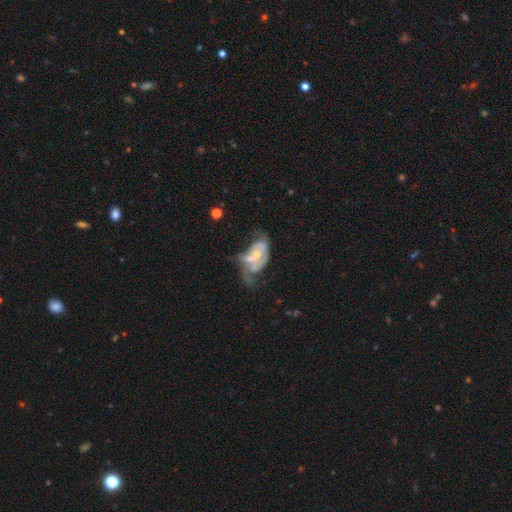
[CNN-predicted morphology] type=featured or disk (67%); edge-on=no (96%); bar=no (70%); spiral arms=yes (62%); bulge=moderate (55%); merging=merger (44%).